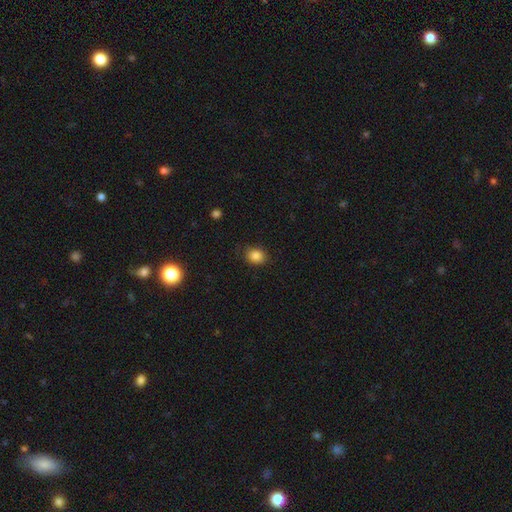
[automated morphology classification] Q: Smooth or featured?
A: smooth (85%); runner-up: star or artifact (10%)
Q: How rounded?
A: round (56%); runner-up: in between (44%)
Q: Merging?
A: none (83%); runner-up: minor disturbance (12%)